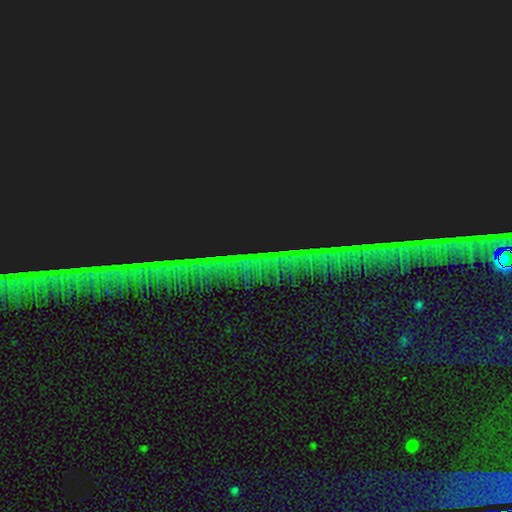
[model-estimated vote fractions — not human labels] Morphology: type=star or artifact (84%).